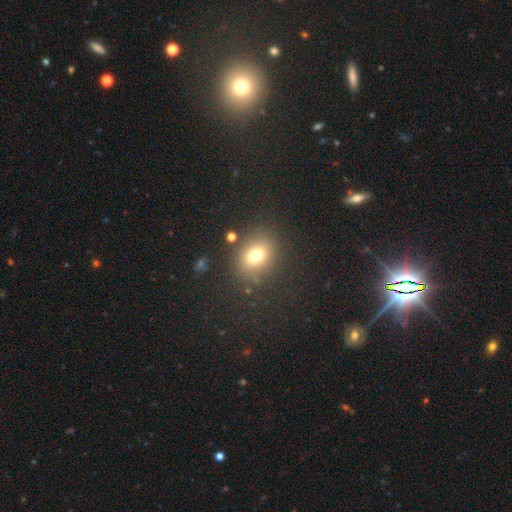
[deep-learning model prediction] smooth-or-featured: smooth: 76% | star or artifact: 14% | featured or disk: 10%
  how-rounded: in between: 51% | round: 48% | cigar-shaped: 1%
  merging: none: 81% | minor disturbance: 10% | major disturbance: 5% | merger: 3%